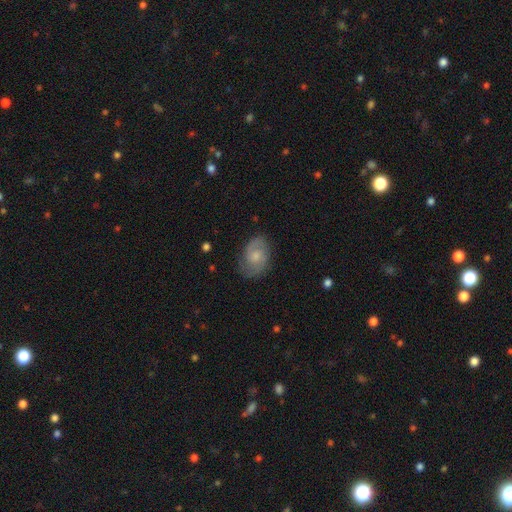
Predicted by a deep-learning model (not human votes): Morphology: type=featured or disk (68%); edge-on=no (97%); bar=no (63%); spiral arms=yes (91%); winding=medium (48%); arm count=2 (81%); bulge=moderate (46%); merging=none (77%).